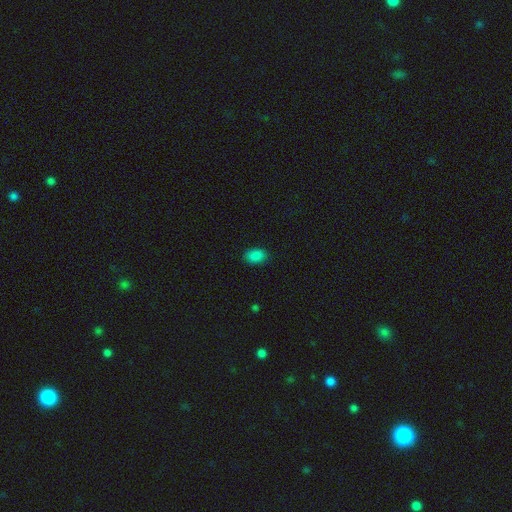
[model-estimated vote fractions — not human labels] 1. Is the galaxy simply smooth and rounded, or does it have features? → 86% smooth, 11% star or artifact, 3% featured or disk.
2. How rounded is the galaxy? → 85% in between, 14% round, 1% cigar-shaped.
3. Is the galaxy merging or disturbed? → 86% none, 10% minor disturbance, 2% major disturbance, 1% merger.